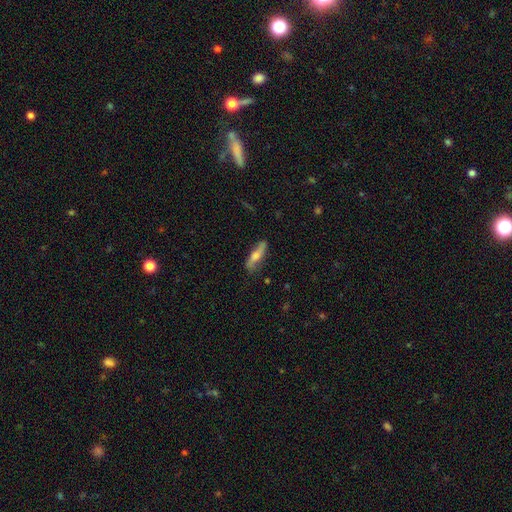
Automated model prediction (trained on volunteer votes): The model was most divided on "smooth or featured": smooth: 48%, featured or disk: 45%, star or artifact: 7%. More confident: merging — none (78%).